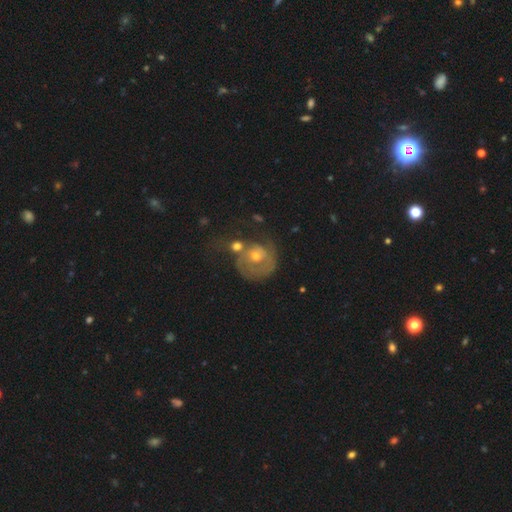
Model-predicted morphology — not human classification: This appears to be a featured or disk galaxy (63%) with no bar (77%), spiral arms (67%) and a moderate central bulge (59%). Merging: none (41%).